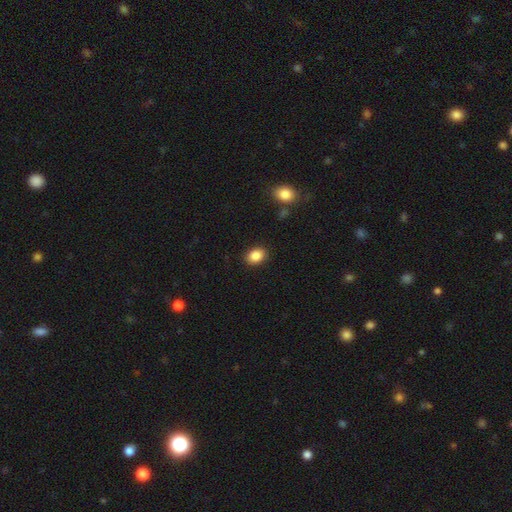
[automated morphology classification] Q: Smooth or featured?
A: smooth (87%); runner-up: star or artifact (9%)
Q: How rounded?
A: in between (69%); runner-up: round (30%)
Q: Merging?
A: none (88%); runner-up: minor disturbance (8%)